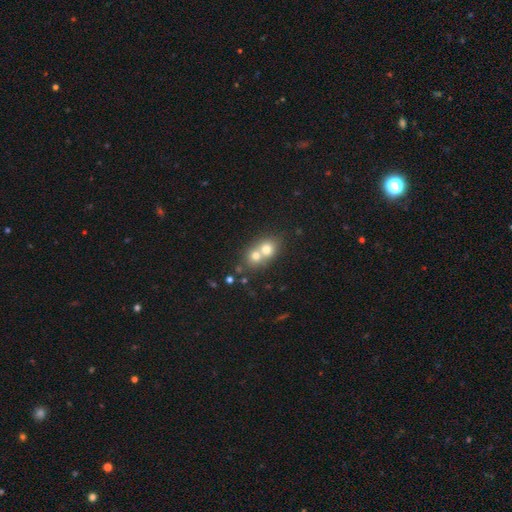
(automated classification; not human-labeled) Smooth or featured: smooth — 69% (featured or disk — 20%)
How rounded: round — 67% (in between — 31%)
Merging: merger — 68% (none — 25%)